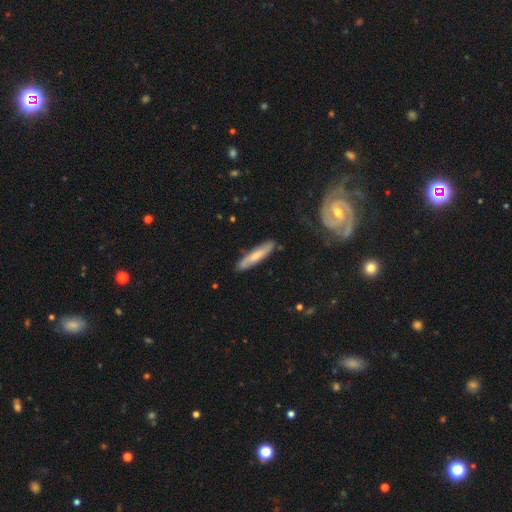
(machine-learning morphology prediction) Overall: smooth (60%; featured or disk 34%). How rounded: cigar-shaped (86%). Merging: none (83%).